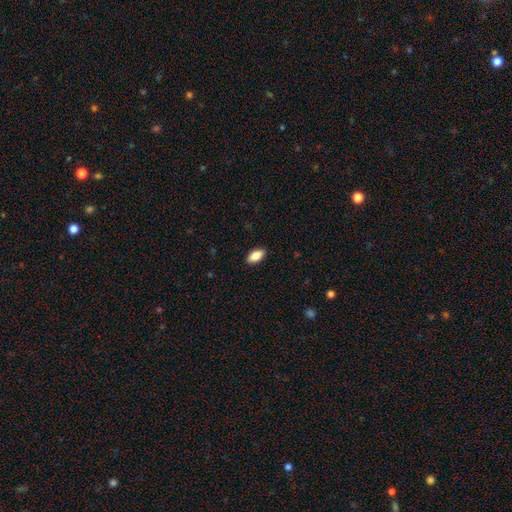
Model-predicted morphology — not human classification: smooth_or_featured: smooth (p=0.86) [alt: featured or disk p=0.08]
how_rounded: in between (p=0.91) [alt: cigar-shaped p=0.06]
merging: none (p=0.89) [alt: minor disturbance p=0.08]